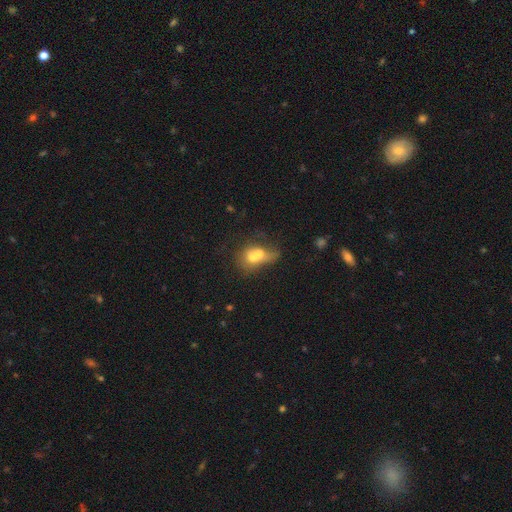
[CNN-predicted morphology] A smooth galaxy with no disk features (59%) that is round (51%). Merging: merger (74%).